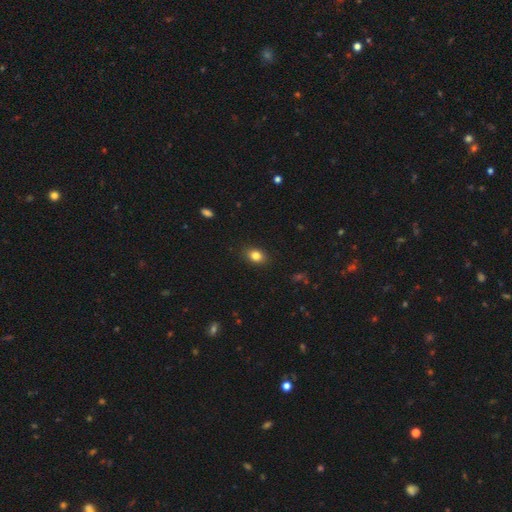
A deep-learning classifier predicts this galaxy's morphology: A smooth galaxy with no disk features (83%) that is in between round and cigar-shaped (70%). Merging: none (88%).